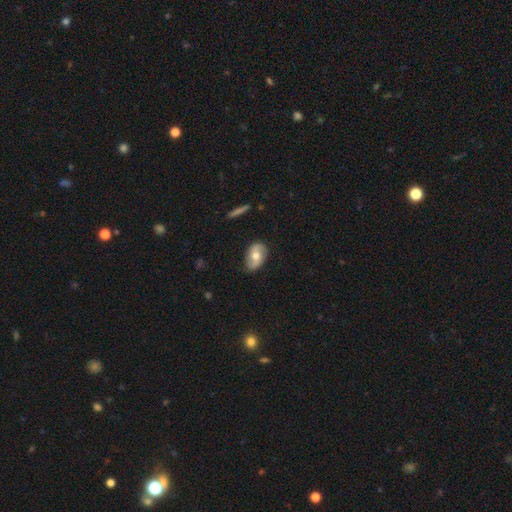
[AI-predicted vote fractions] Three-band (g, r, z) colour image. It shows a featured or disk galaxy (51%). Merging: none (78%).